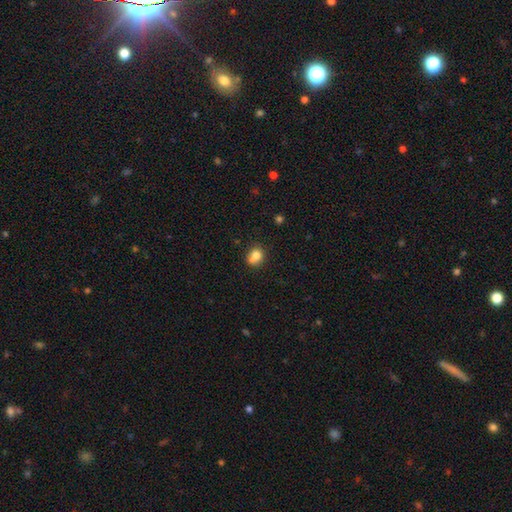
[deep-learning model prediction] A smooth galaxy with no disk features (78%) that is round (74%). Merging: none (56%).